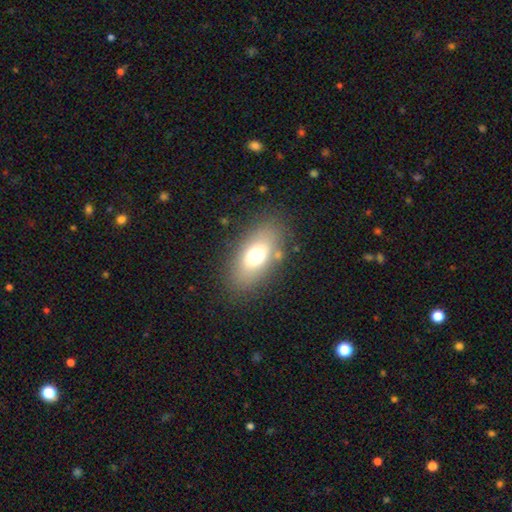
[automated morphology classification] Smooth or featured?
  - smooth: 66% *
  - featured or disk: 22%
  - star or artifact: 12%
How rounded?
  - in between: 84% *
  - round: 10%
  - cigar-shaped: 6%
Merging?
  - none: 81% *
  - minor disturbance: 11%
  - major disturbance: 5%
  - merger: 3%